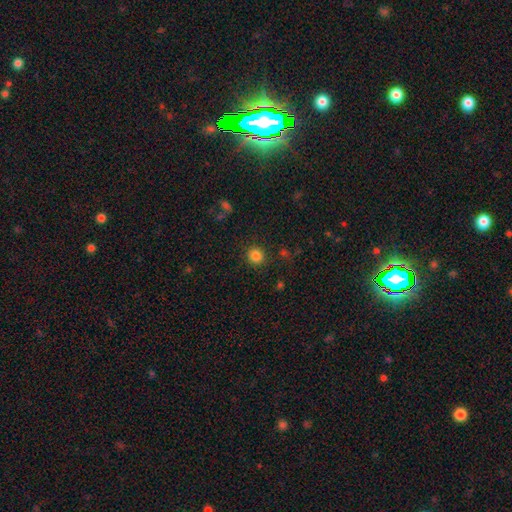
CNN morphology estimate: Overall: smooth (84%). How rounded: round (88%). Merging: none (88%).